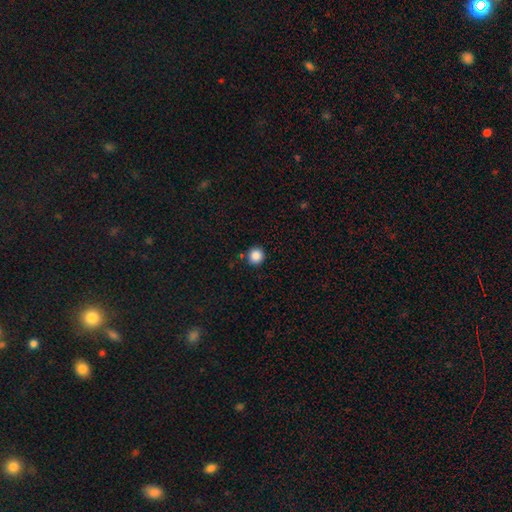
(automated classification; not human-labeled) Q: Smooth or featured?
A: smooth (87%); runner-up: star or artifact (10%)
Q: How rounded?
A: round (95%); runner-up: in between (5%)
Q: Merging?
A: none (90%); runner-up: minor disturbance (6%)